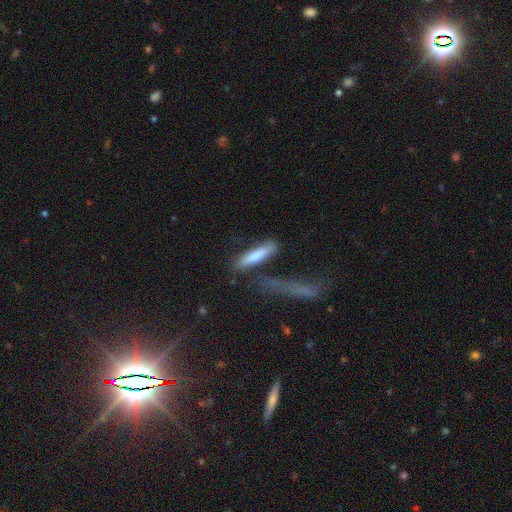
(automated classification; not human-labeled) smooth_or_featured: smooth (p=0.73) [alt: featured or disk p=0.21]
how_rounded: cigar-shaped (p=0.83) [alt: in between p=0.15]
merging: none (p=0.66) [alt: minor disturbance p=0.16]